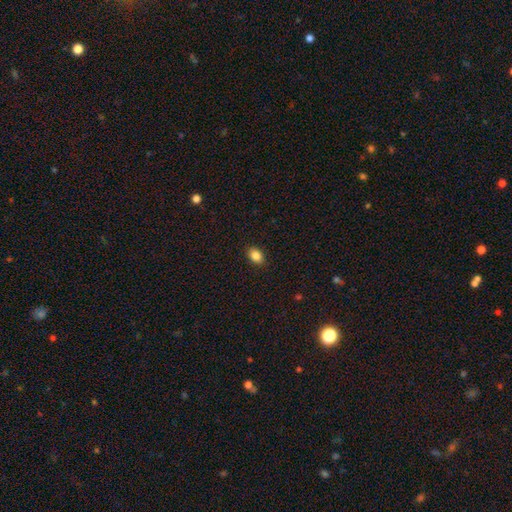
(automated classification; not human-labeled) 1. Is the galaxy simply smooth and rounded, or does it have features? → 86% smooth, 9% star or artifact, 5% featured or disk.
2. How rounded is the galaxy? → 77% in between, 22% round, 1% cigar-shaped.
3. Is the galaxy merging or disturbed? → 90% none, 8% minor disturbance, 2% major disturbance, 1% merger.